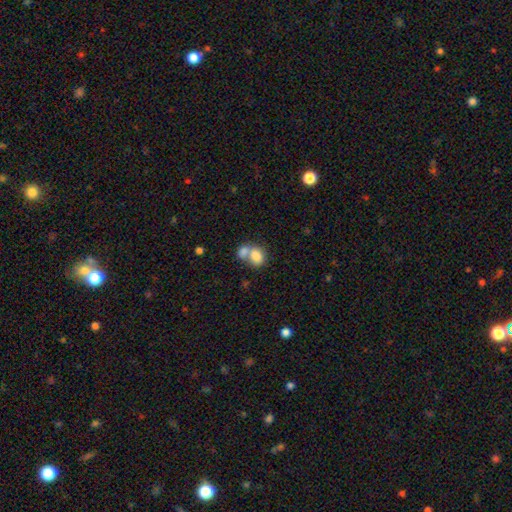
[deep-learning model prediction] smooth 80%, featured or disk 12%, star or artifact 8%. Down the decision tree: how rounded — in between (69%); merging — merger (64%).